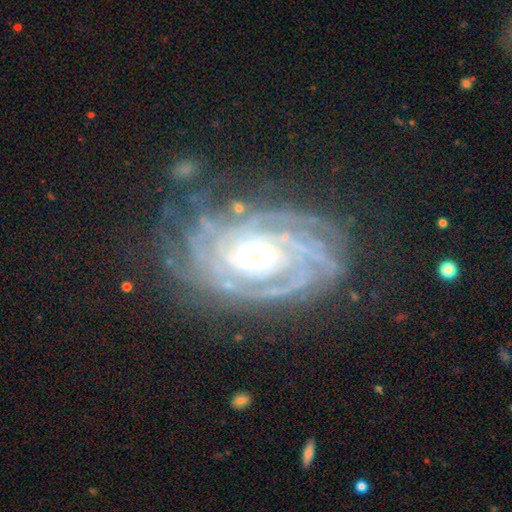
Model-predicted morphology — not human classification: type=featured or disk (90%); edge-on=no (96%); bar=no (67%); spiral arms=yes (98%); winding=tight (83%); arm count=can't tell (25%); bulge=moderate (61%); merging=none (75%).